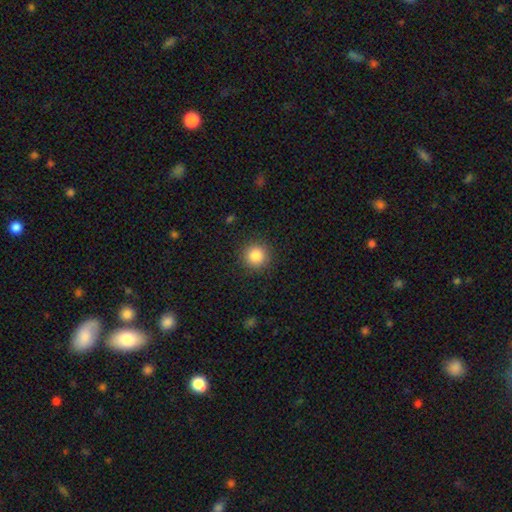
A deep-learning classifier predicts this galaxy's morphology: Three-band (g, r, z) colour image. It shows a smooth galaxy with no disk features (85%) that is round (94%). Merging: none (91%).